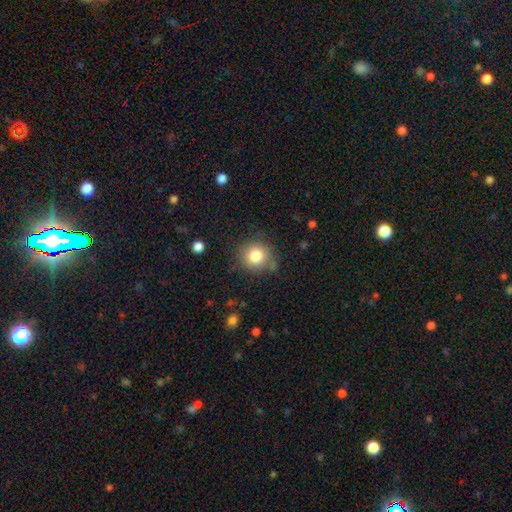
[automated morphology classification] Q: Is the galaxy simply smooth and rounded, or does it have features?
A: smooth — 82%.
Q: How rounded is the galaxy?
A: round — 90%.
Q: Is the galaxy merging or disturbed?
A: none — 79%.